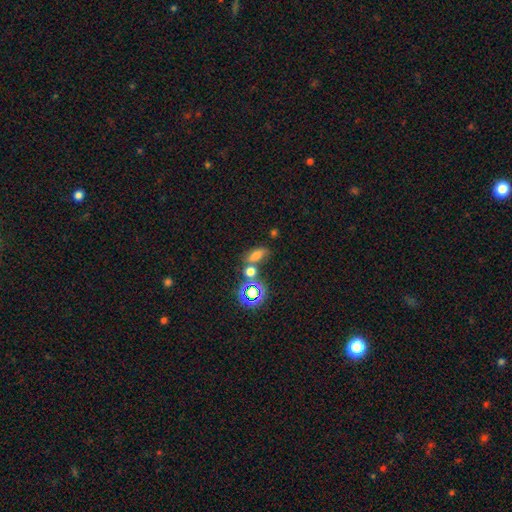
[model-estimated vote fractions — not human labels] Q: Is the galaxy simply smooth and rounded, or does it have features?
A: smooth — 64%.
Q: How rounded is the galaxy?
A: in between — 75%.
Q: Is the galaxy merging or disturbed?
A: none — 56%.